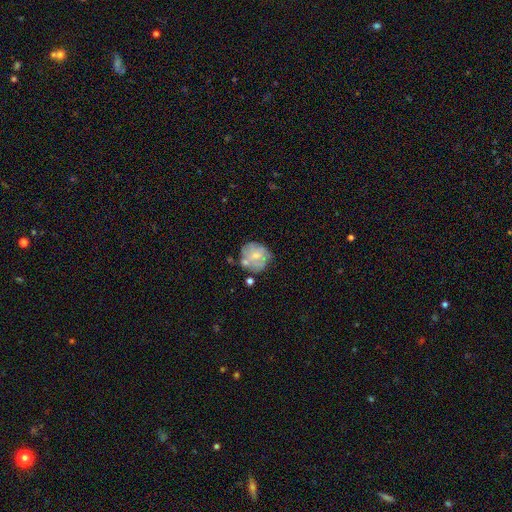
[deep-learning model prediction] Overall: featured or disk (50%; smooth 42%). Merging: none (57%; minor disturbance 22%).